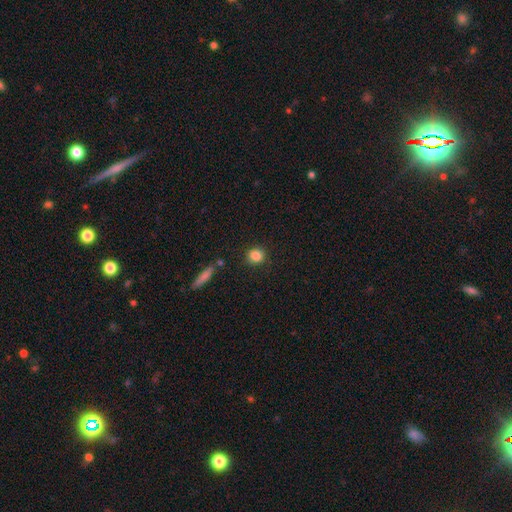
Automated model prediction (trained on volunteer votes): smooth-or-featured: smooth: 85% | star or artifact: 9% | featured or disk: 5%
  how-rounded: round: 82% | in between: 16% | cigar-shaped: 2%
  merging: none: 87% | minor disturbance: 8% | merger: 3% | major disturbance: 2%